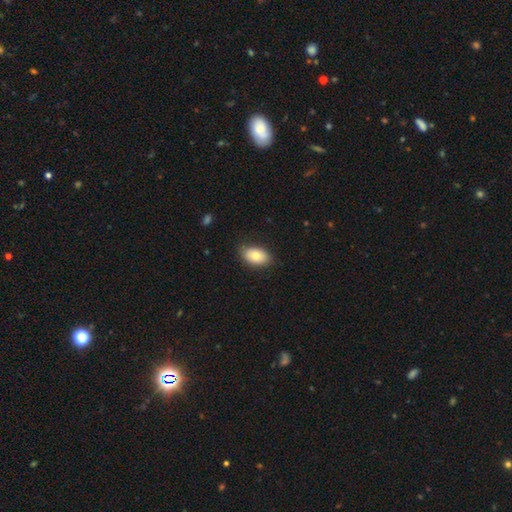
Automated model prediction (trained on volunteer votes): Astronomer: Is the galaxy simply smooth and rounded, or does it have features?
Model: smooth — 80%.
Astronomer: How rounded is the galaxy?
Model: in between — 92%.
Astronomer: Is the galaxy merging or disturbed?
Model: none — 81%.